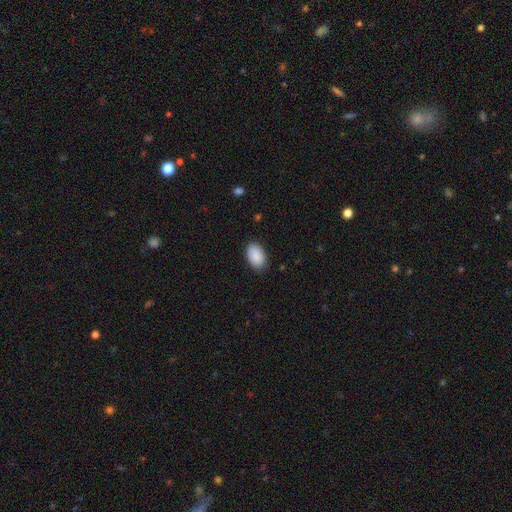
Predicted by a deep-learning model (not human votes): Smooth or featured?
  - smooth: 90% *
  - star or artifact: 6%
  - featured or disk: 3%
How rounded?
  - in between: 93% *
  - round: 6%
  - cigar-shaped: 1%
Merging?
  - none: 87% *
  - minor disturbance: 10%
  - major disturbance: 2%
  - merger: 1%